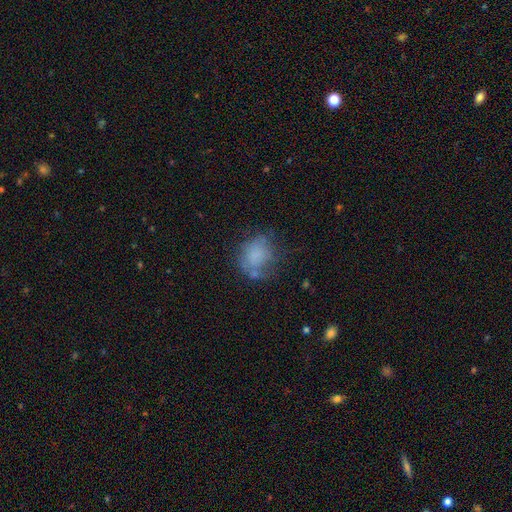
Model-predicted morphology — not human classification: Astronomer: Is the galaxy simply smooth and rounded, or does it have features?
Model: smooth — 66%.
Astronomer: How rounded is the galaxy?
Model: round — 62% (runner-up: in between, 37%).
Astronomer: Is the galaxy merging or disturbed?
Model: none — 48% (runner-up: minor disturbance, 26%).